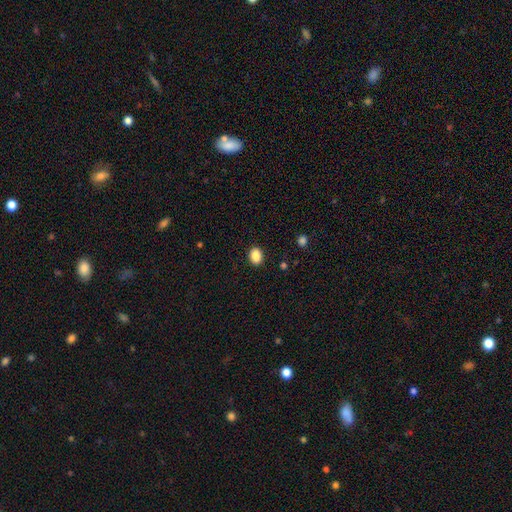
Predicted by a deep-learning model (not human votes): Overall: smooth (89%). How rounded: in between (68%; round 31%). Merging: none (89%).